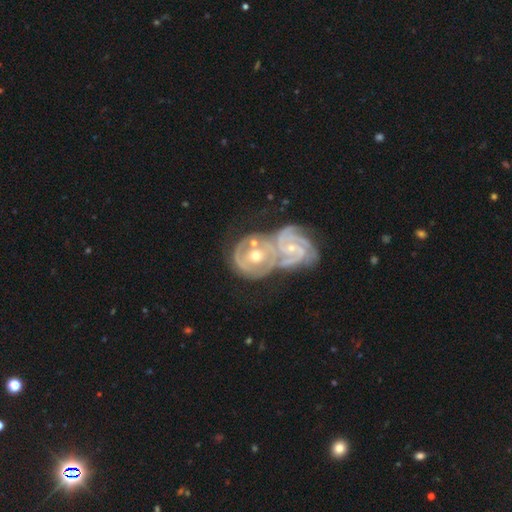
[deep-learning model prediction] Morphology: type=featured or disk (85%); edge-on=no (97%); bar=no (65%); spiral arms=yes (95%); winding=tight (67%); arm count=3 (41%); bulge=moderate (54%); merging=merger (67%).